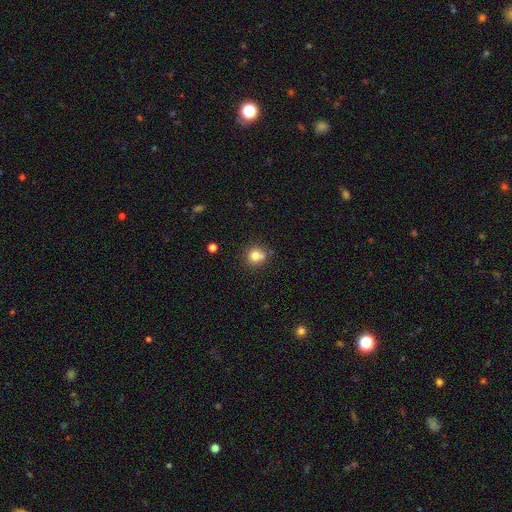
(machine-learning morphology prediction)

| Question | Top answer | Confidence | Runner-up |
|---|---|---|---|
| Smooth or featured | smooth | 80% | star or artifact (12%) |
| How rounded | round | 85% | in between (14%) |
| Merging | none | 70% | minor disturbance (16%) |